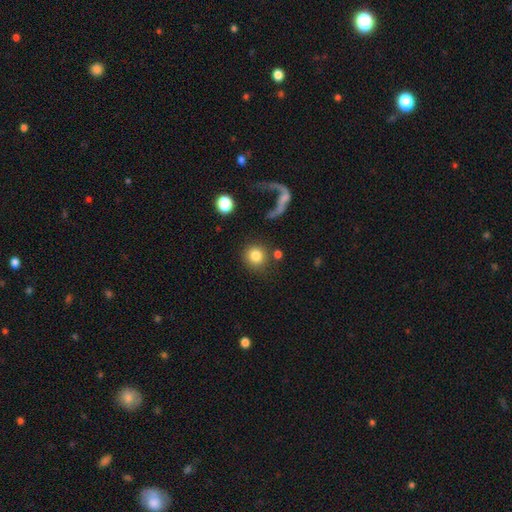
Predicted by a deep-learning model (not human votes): smooth_or_featured: smooth (p=0.82) [alt: star or artifact p=0.10]
how_rounded: round (p=0.92) [alt: in between p=0.07]
merging: none (p=0.78) [alt: minor disturbance p=0.08]